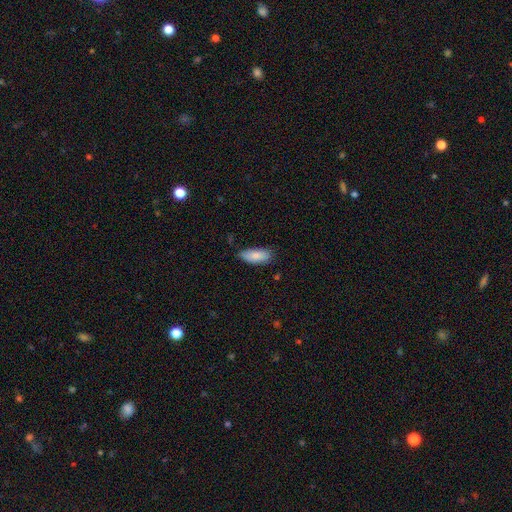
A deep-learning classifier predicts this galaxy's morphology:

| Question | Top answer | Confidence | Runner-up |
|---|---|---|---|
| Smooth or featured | smooth | 84% | featured or disk (10%) |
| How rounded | in between | 83% | cigar-shaped (15%) |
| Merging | none | 70% | minor disturbance (24%) |